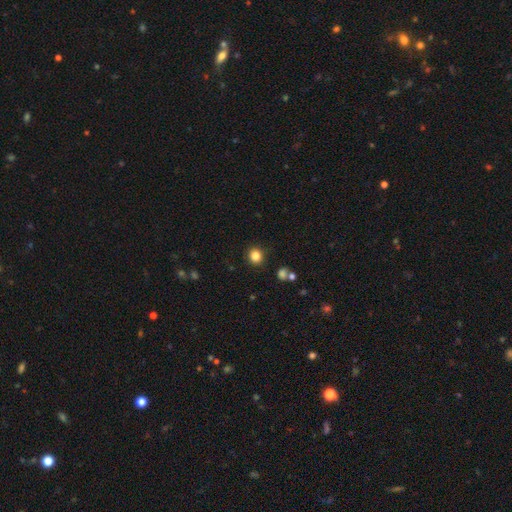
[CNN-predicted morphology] Smooth or featured: smooth — 84% (star or artifact — 11%)
How rounded: round — 85% (in between — 14%)
Merging: none — 89% (minor disturbance — 6%)